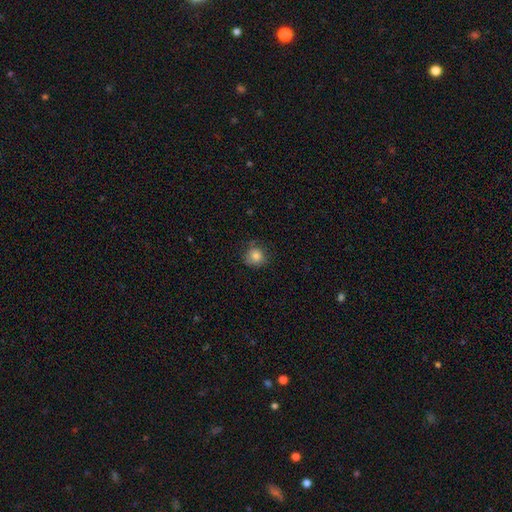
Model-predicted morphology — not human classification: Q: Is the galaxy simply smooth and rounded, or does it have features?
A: smooth — 82%.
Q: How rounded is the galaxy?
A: round — 85%.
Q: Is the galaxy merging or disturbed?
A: none — 73%.